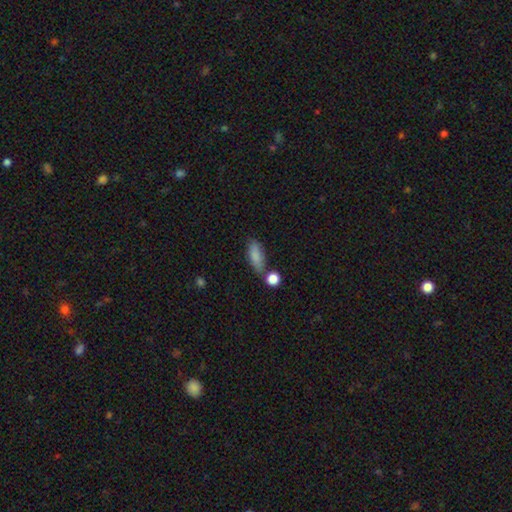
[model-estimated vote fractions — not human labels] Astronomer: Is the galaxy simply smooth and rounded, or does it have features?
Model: smooth — 84%.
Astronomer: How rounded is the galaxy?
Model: in between — 75%.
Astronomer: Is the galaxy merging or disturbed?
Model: none — 65%.